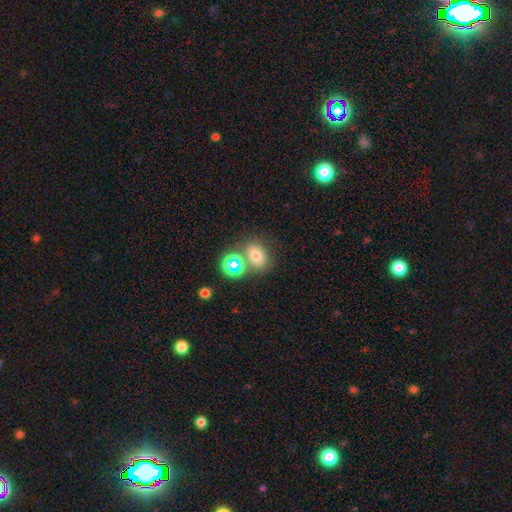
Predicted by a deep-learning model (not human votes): Smooth or featured? Predicted: smooth (p=0.64). How rounded? Predicted: in between (p=0.55). Merging? Predicted: none (p=0.60).